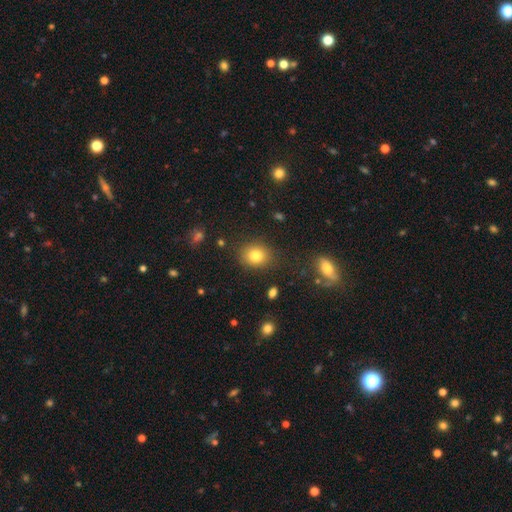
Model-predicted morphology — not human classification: A smooth galaxy with no disk features (82%) that is round (63%). Merging: none (84%).